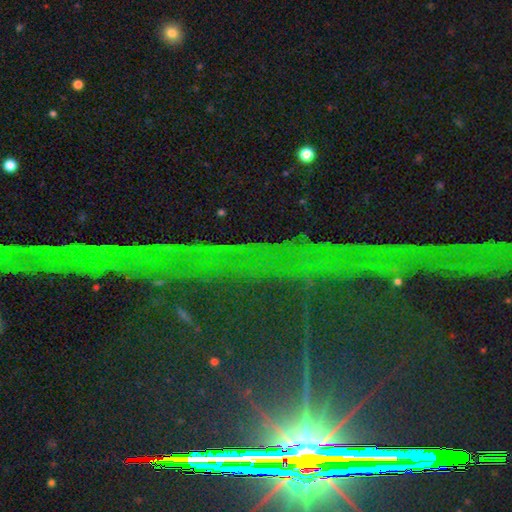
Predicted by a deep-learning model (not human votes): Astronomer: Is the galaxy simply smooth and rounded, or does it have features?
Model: star or artifact — 85%.